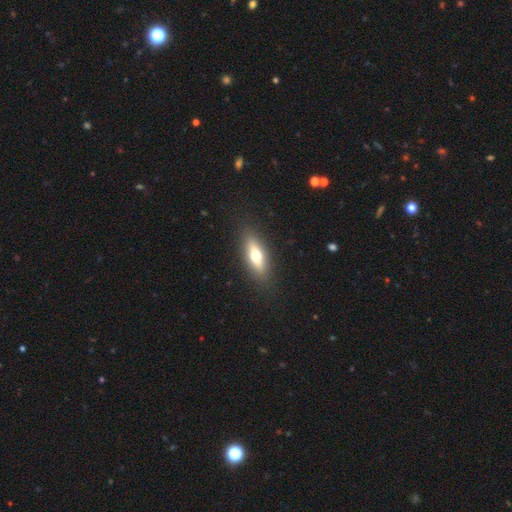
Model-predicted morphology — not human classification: The model was most divided on "how rounded": in between: 57%, cigar-shaped: 40%, round: 3%. More confident: merging — none (87%); smooth or featured — smooth (59%).